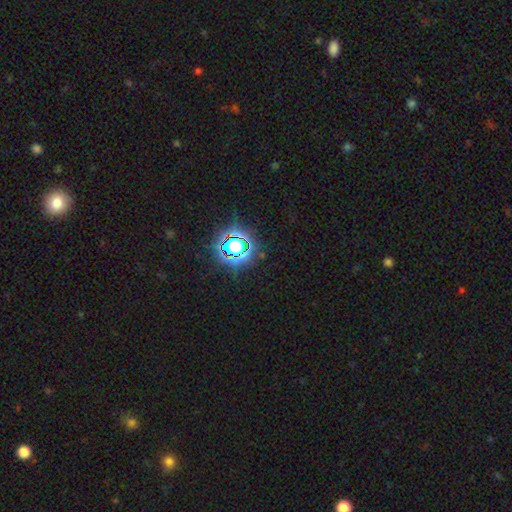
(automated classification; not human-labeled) Overall: star or artifact (80%).